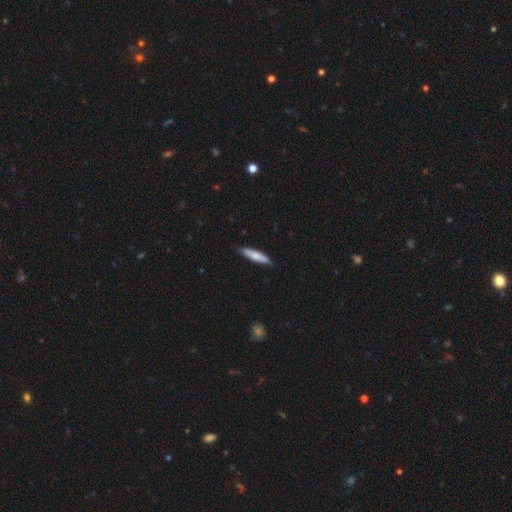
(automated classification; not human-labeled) Smooth or featured? smooth (73%)
How rounded? cigar-shaped (83%)
Merging? none (86%)